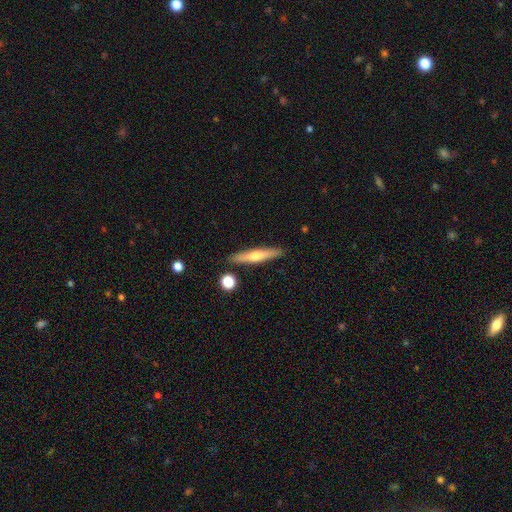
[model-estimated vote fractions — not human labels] smooth_or_featured: featured or disk (p=0.49) [alt: smooth p=0.44]
merging: none (p=0.88) [alt: minor disturbance p=0.08]